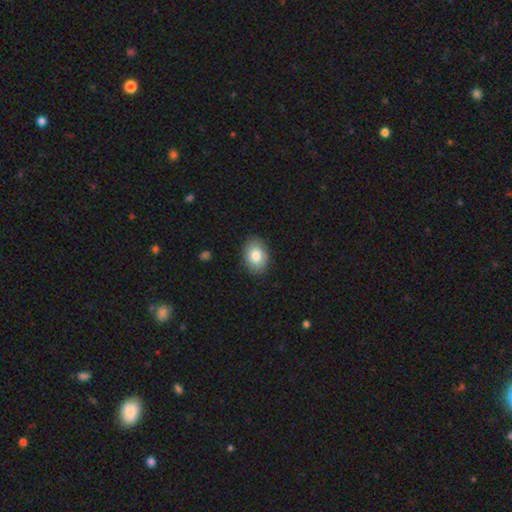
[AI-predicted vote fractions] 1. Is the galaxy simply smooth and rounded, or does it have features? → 83% smooth, 10% featured or disk, 8% star or artifact.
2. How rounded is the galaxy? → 77% in between, 22% round, 1% cigar-shaped.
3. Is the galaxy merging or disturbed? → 88% none, 9% minor disturbance, 2% major disturbance, 1% merger.